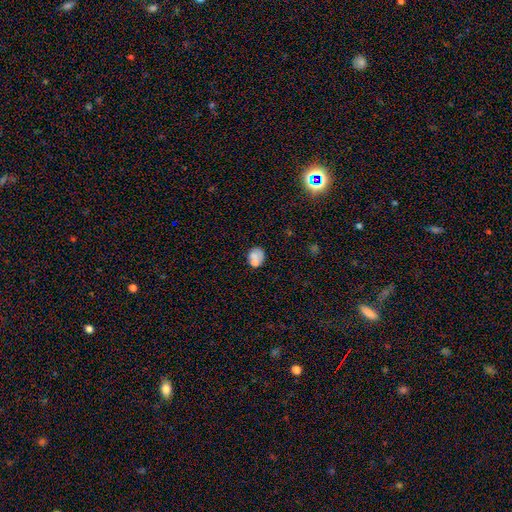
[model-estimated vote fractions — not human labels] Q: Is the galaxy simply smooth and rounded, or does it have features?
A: smooth — 67%.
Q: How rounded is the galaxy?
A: round — 65%.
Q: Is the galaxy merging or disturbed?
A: none — 53%.